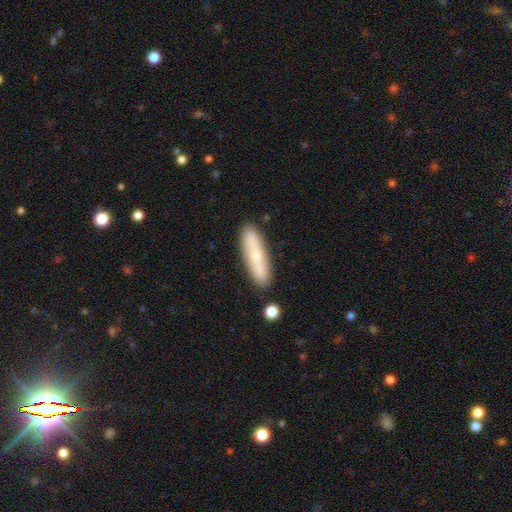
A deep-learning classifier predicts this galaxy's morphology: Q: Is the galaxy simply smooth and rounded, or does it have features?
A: smooth — 57%.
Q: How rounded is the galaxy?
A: cigar-shaped — 75%.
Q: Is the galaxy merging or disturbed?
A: none — 85%.